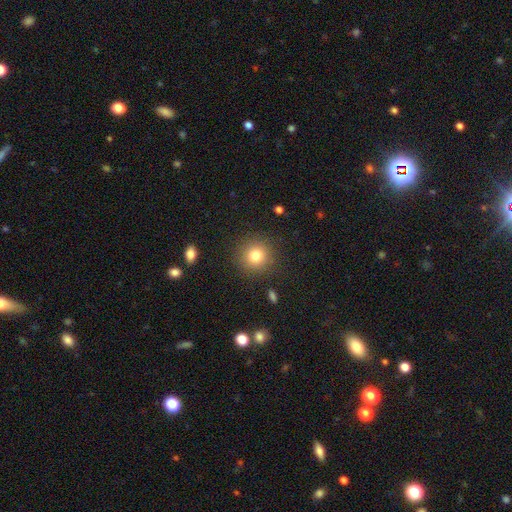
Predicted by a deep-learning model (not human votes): smooth-or-featured: smooth: 79% | star or artifact: 13% | featured or disk: 8%
  how-rounded: round: 93% | in between: 6% | cigar-shaped: 1%
  merging: none: 89% | minor disturbance: 7% | major disturbance: 3% | merger: 1%